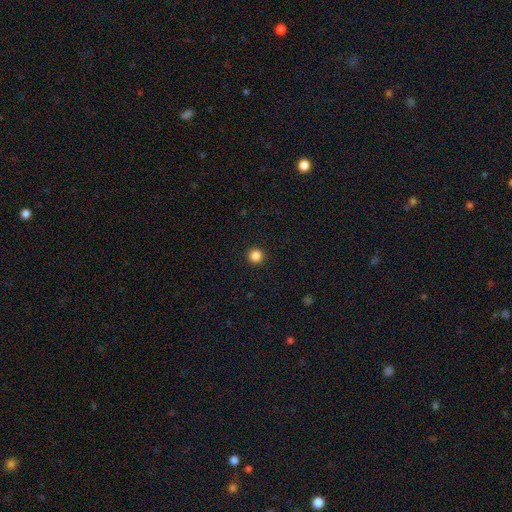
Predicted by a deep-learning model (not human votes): A smooth galaxy with no disk features (86%) that is round (96%).

Vote fractions:
- Smooth or featured? smooth: 86% / star or artifact: 11% / featured or disk: 3%
- How rounded? round: 96% / in between: 3% / cigar-shaped: 1%
- Merging? none: 94% / minor disturbance: 4% / major disturbance: 2% / merger: 1%